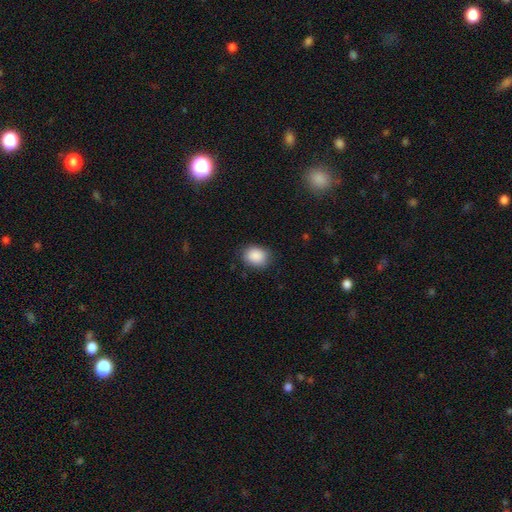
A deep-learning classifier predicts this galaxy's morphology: smooth-or-featured: smooth: 89% | star or artifact: 8% | featured or disk: 3%
  how-rounded: round: 51% | in between: 48% | cigar-shaped: 1%
  merging: none: 83% | minor disturbance: 13% | major disturbance: 3% | merger: 1%